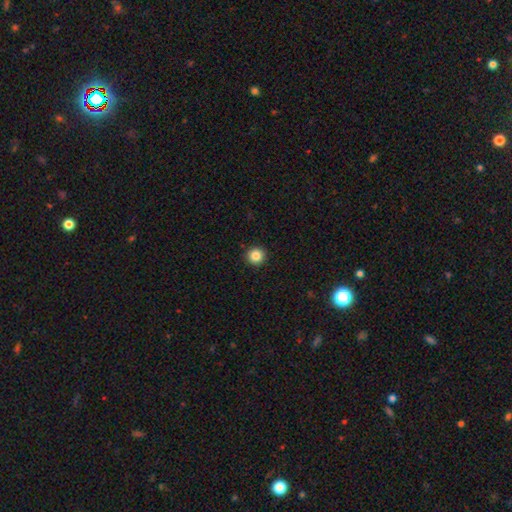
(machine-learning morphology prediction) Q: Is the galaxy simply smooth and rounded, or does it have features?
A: smooth — 85%.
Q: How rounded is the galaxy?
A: round — 95%.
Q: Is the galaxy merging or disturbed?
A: none — 93%.